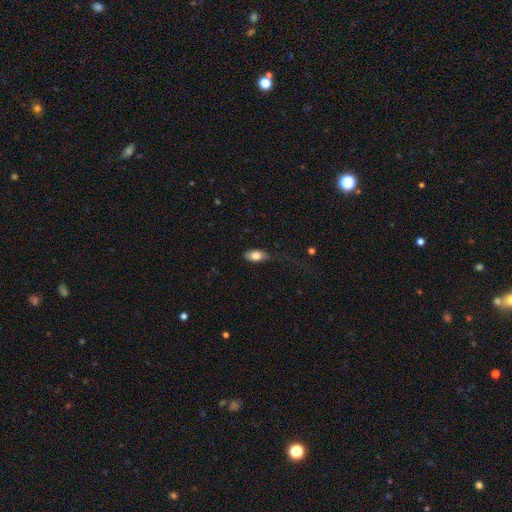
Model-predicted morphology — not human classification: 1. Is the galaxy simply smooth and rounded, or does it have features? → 77% smooth, 16% featured or disk, 7% star or artifact.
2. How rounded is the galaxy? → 89% in between, 6% cigar-shaped, 4% round.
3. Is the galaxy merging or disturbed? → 74% none, 18% minor disturbance, 7% major disturbance, 1% merger.